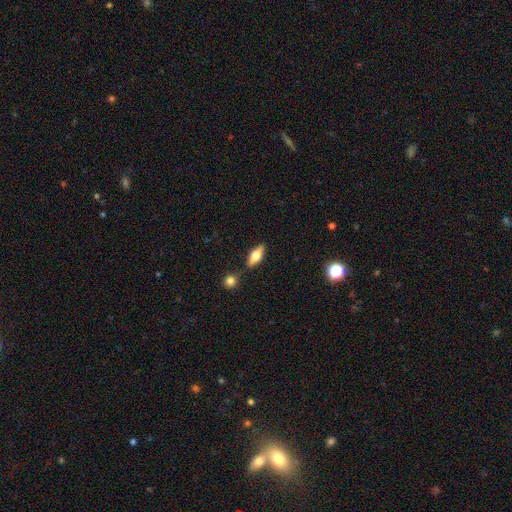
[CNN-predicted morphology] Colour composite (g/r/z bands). It shows a smooth galaxy with no disk features (55%) that is in between round and cigar-shaped (70%). Merging: none (76%).